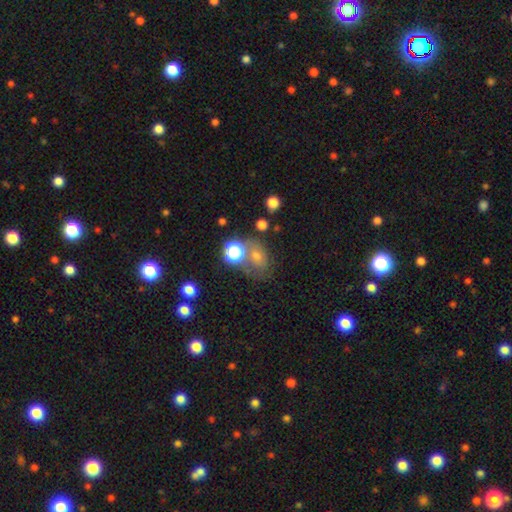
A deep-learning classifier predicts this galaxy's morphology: Overall: smooth (58%; star or artifact 26%). How rounded: in between (51%; round 47%). Merging: none (54%; merger 19%).